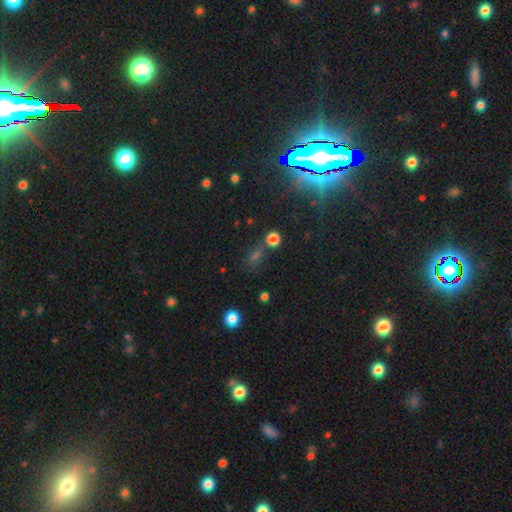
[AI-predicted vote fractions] star or artifact 51%, smooth 39%, featured or disk 10%.